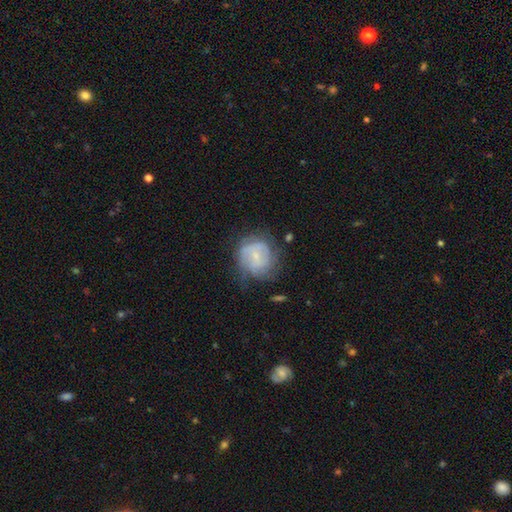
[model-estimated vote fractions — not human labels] smooth-or-featured: featured or disk: 61% | smooth: 31% | star or artifact: 8%
  disk-edge-on: no: 98% | yes: 2%
    bar: no: 54% | weak: 39% | strong: 7%
    has-spiral-arms: yes: 77% | no: 23%
    bulge-size: small: 70% | moderate: 19% | none: 8% | large: 1% | dominant: 1%
  merging: none: 55% | minor disturbance: 26% | major disturbance: 17% | merger: 2%